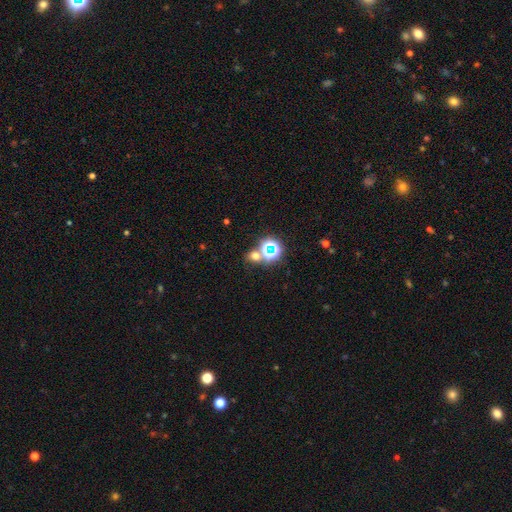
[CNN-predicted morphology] This appears to be a smooth galaxy with no disk features (50%) that is round (70%). Merging: none (63%).